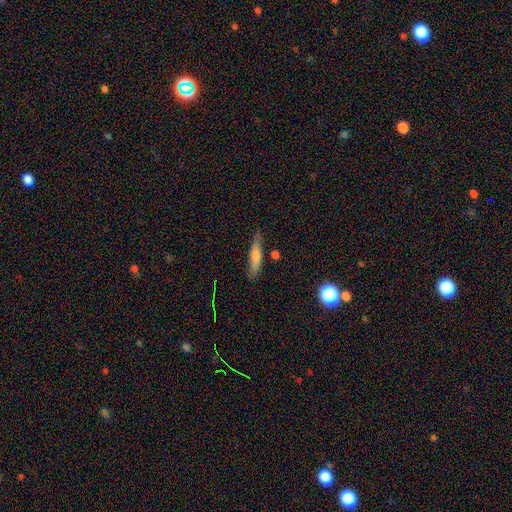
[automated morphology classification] This appears to be a smooth galaxy with no disk features (51%) that is cigar-shaped (84%). Merging: none (80%).